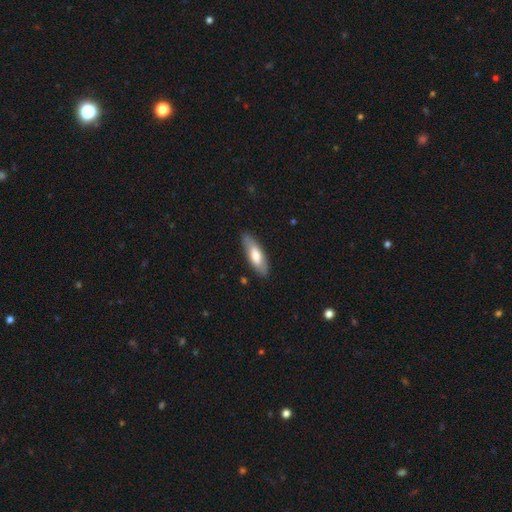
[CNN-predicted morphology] Overall: smooth (65%; featured or disk 29%). How rounded: in between (62%; cigar-shaped 36%). Merging: none (84%).